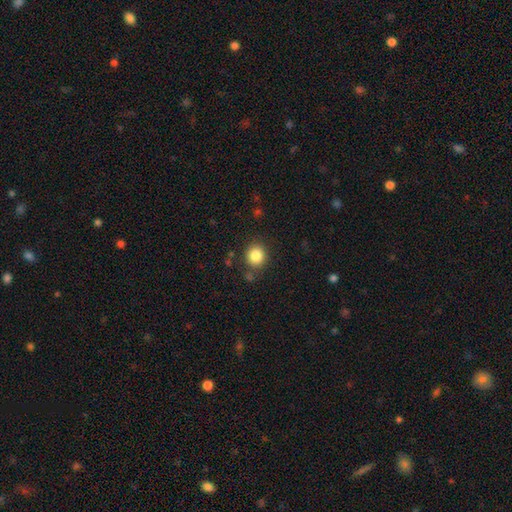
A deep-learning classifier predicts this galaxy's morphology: This is clearly a smooth galaxy (85%). How rounded: clearly round (85%). Merging: clearly none (83%).